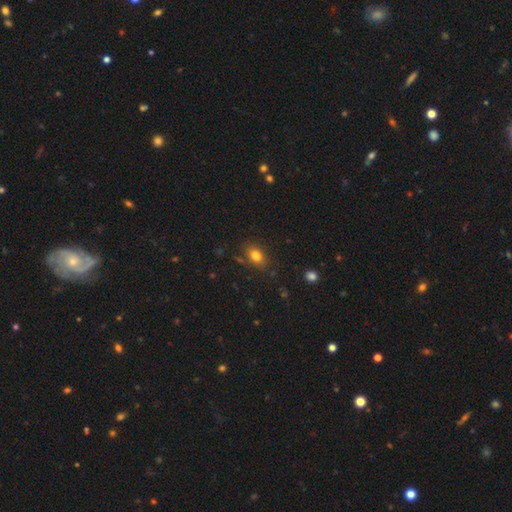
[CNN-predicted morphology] A smooth galaxy with no disk features (80%) that is in between round and cigar-shaped (78%).

Vote fractions:
- Smooth or featured? smooth: 80% / star or artifact: 11% / featured or disk: 9%
- How rounded? in between: 78% / round: 20% / cigar-shaped: 2%
- Merging? none: 80% / minor disturbance: 13% / major disturbance: 4% / merger: 3%